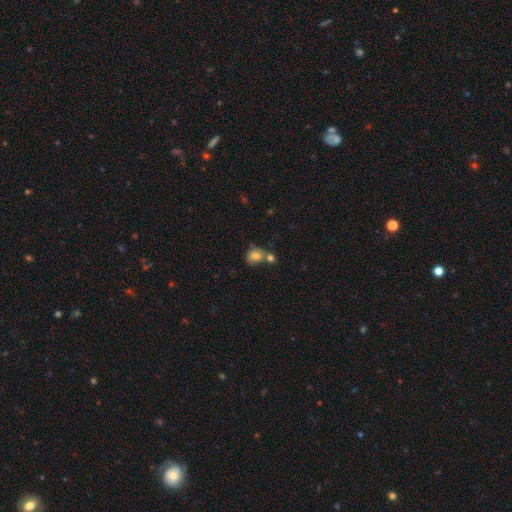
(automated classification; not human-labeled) Overall: smooth (63%; featured or disk 25%). How rounded: round (55%; in between 43%). Merging: merger (37%; none 36%).